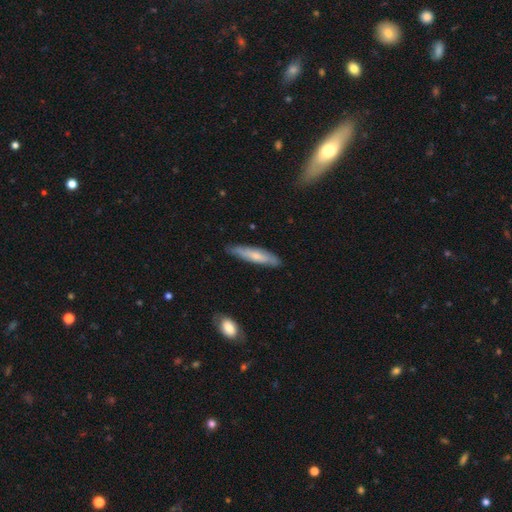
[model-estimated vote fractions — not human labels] smooth_or_featured: smooth (p=0.61) [alt: featured or disk p=0.34]
how_rounded: cigar-shaped (p=0.82) [alt: in between p=0.16]
merging: none (p=0.81) [alt: minor disturbance p=0.15]